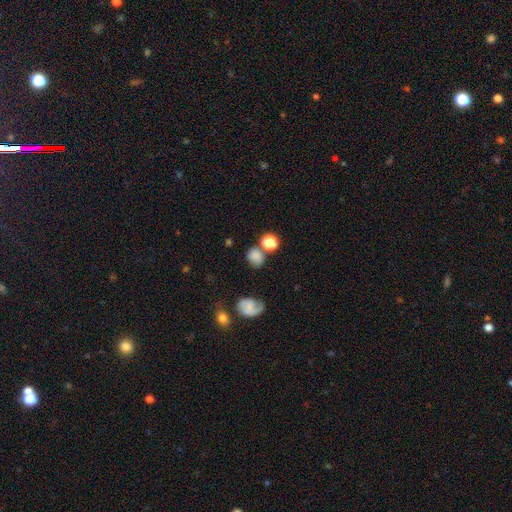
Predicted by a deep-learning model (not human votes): Smooth or featured? Predicted: smooth (p=0.78). How rounded? Predicted: round (p=0.65). Merging? Predicted: none (p=0.63).